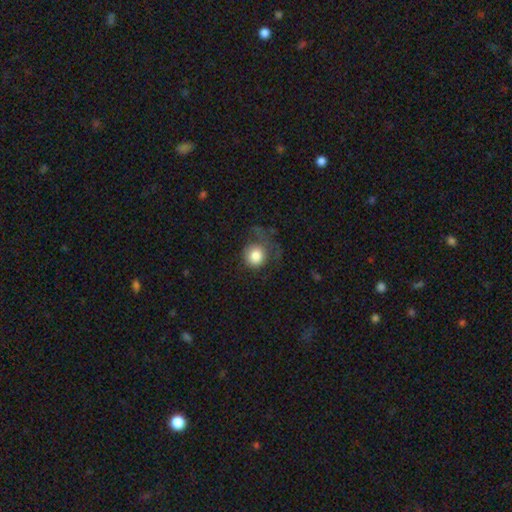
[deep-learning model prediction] Morphology: type=smooth (81%); roundness=round (87%); merging=none (46%).